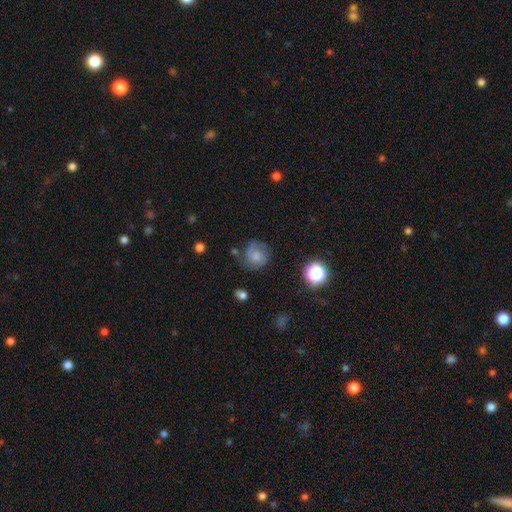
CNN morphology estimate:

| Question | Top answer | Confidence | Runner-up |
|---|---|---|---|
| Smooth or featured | smooth | 46% | featured or disk (42%) |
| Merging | none | 59% | minor disturbance (23%) |